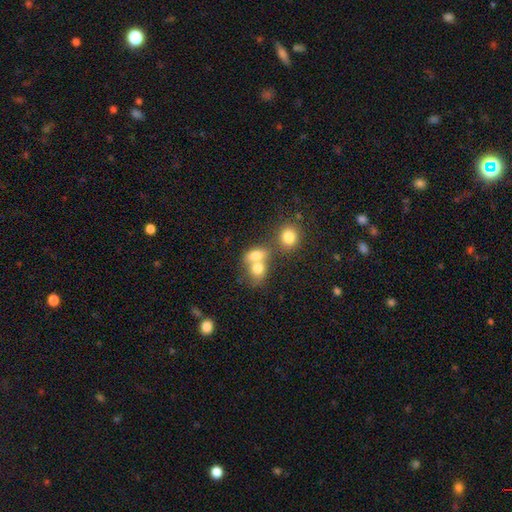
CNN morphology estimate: A smooth galaxy with no disk features (76%) that is in between round and cigar-shaped (55%). Merging: merger (60%).